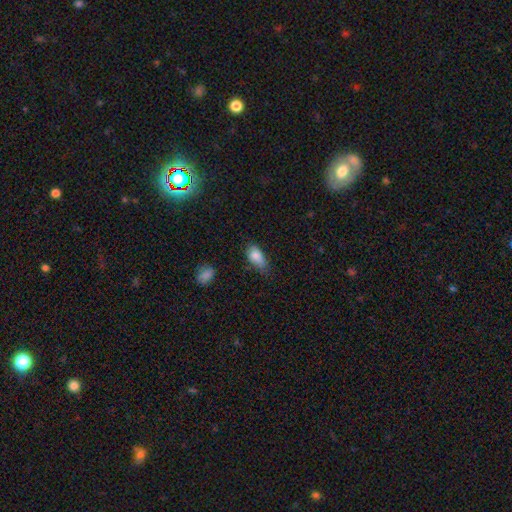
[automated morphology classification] Overall: smooth (83%). How rounded: in between (89%). Merging: none (51%; minor disturbance 37%).